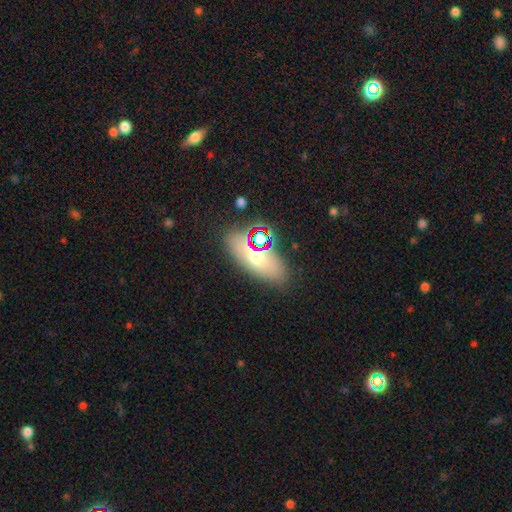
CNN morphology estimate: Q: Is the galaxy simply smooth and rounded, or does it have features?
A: smooth — 57%.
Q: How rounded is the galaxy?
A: in between — 81%.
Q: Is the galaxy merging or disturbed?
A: none — 75%.